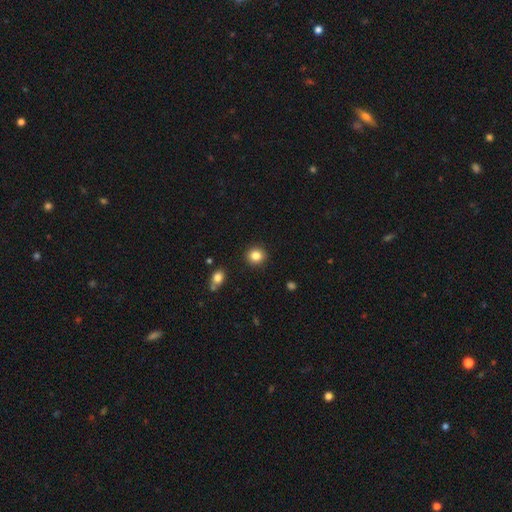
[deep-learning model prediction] This is clearly a smooth galaxy (85%). How rounded: clearly round (87%). Merging: clearly none (91%).